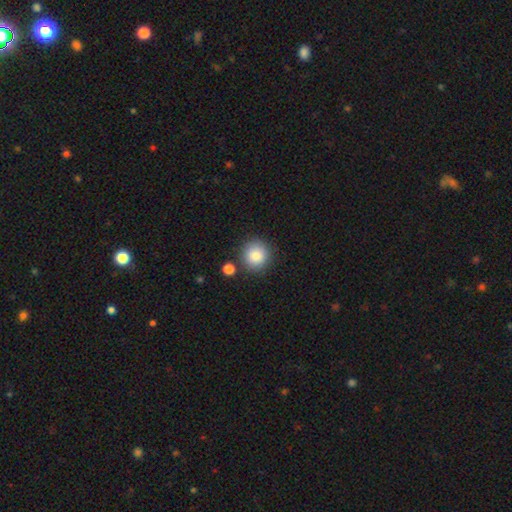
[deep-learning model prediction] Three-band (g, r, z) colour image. It shows a smooth galaxy with no disk features (84%) that is round (91%). Merging: none (83%).